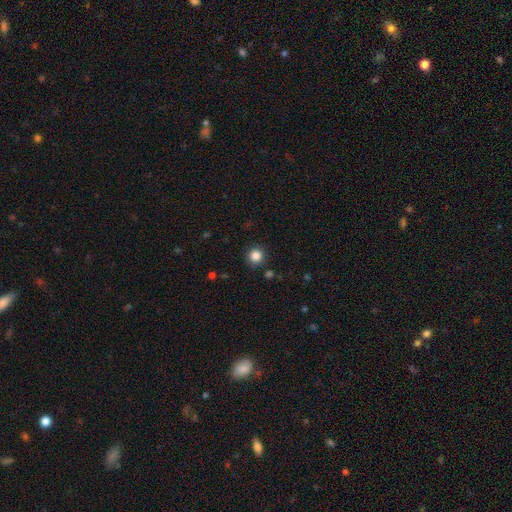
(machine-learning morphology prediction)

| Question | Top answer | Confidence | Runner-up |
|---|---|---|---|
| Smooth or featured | smooth | 84% | star or artifact (11%) |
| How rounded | round | 93% | in between (6%) |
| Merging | none | 90% | minor disturbance (6%) |